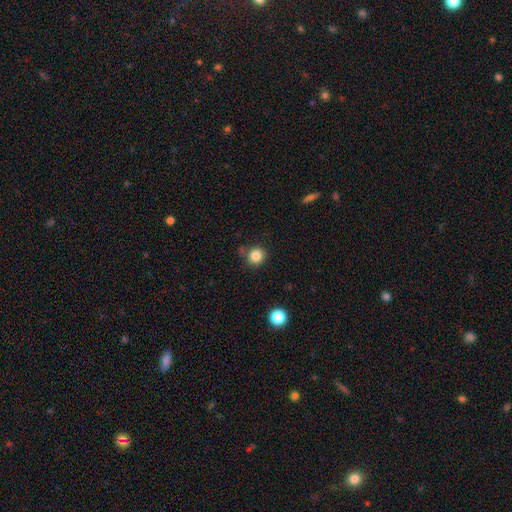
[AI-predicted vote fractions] Smooth or featured? smooth (84%)
How rounded? round (92%)
Merging? none (82%)